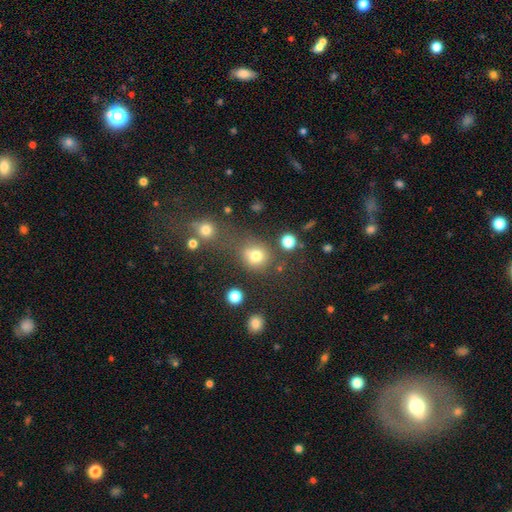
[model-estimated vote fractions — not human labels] A smooth galaxy with no disk features (76%) that is round (82%). Merging: none (64%).